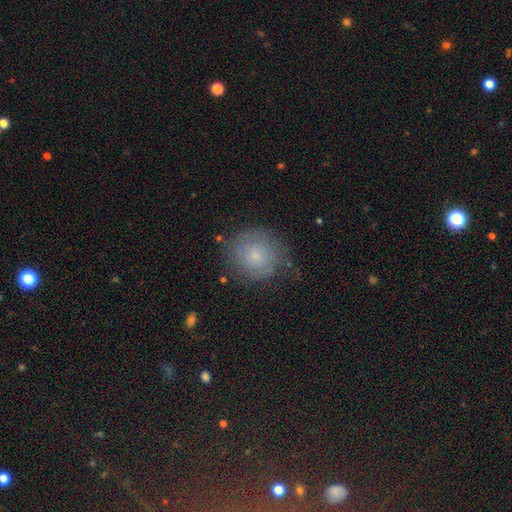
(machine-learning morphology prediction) Overall: smooth (66%). How rounded: round (88%). Merging: none (68%).